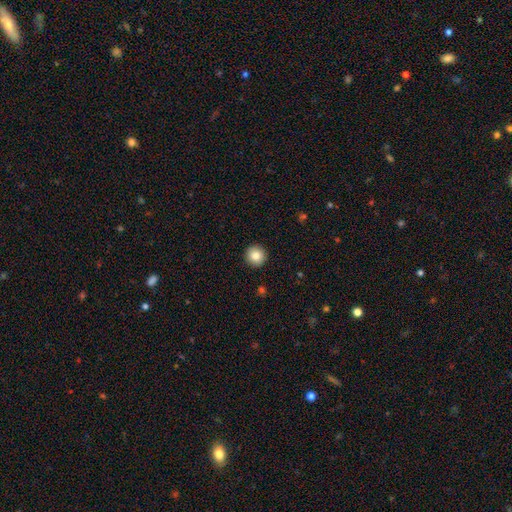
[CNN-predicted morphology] A smooth galaxy with no disk features (84%) that is round (96%). Merging: none (93%).